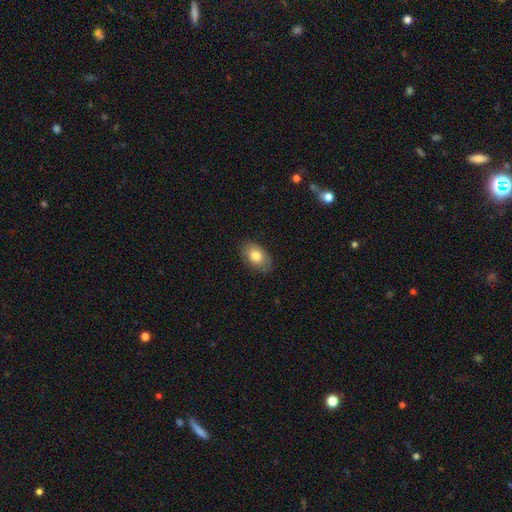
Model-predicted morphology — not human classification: smooth-or-featured: smooth: 80% | featured or disk: 13% | star or artifact: 7%
  how-rounded: in between: 90% | round: 9% | cigar-shaped: 1%
  merging: none: 83% | minor disturbance: 13% | major disturbance: 3% | merger: 1%